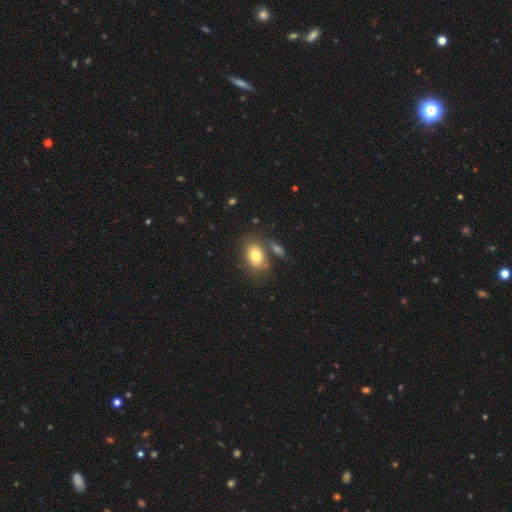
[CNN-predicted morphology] Overall: smooth (77%). How rounded: in between (77%). Merging: none (63%).